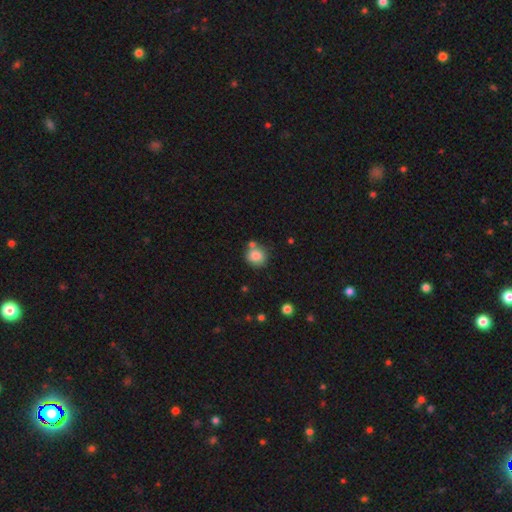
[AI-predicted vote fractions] smooth-or-featured: smooth: 85% | star or artifact: 9% | featured or disk: 6%
  how-rounded: round: 81% | in between: 18% | cigar-shaped: 1%
  merging: none: 66% | merger: 16% | minor disturbance: 14% | major disturbance: 4%